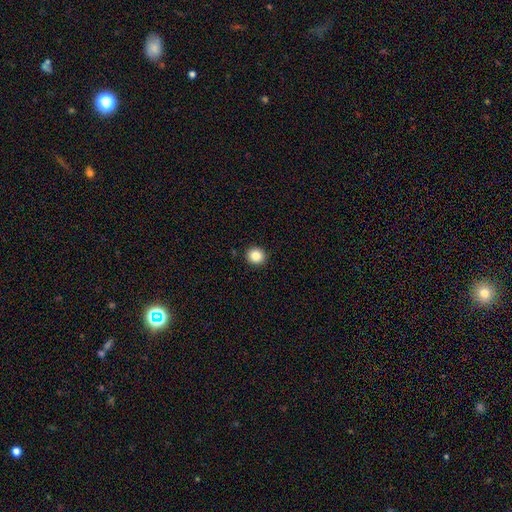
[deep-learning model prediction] The model was most divided on "smooth or featured": smooth: 85%, star or artifact: 10%, featured or disk: 5%. More confident: merging — none (92%); how rounded — round (87%).